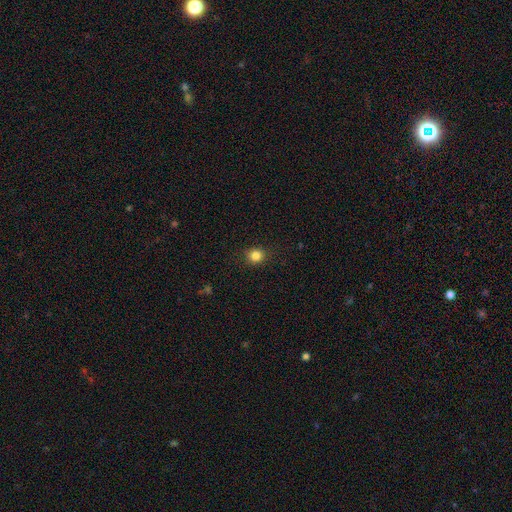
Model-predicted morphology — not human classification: smooth-or-featured: smooth: 83% | star or artifact: 12% | featured or disk: 5%
  how-rounded: round: 82% | in between: 17% | cigar-shaped: 1%
  merging: none: 88% | minor disturbance: 9% | major disturbance: 3% | merger: 1%